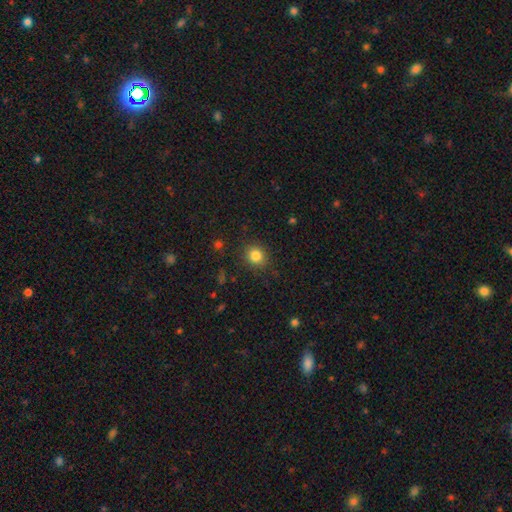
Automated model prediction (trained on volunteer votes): Overall: smooth (83%). How rounded: round (82%). Merging: none (87%).